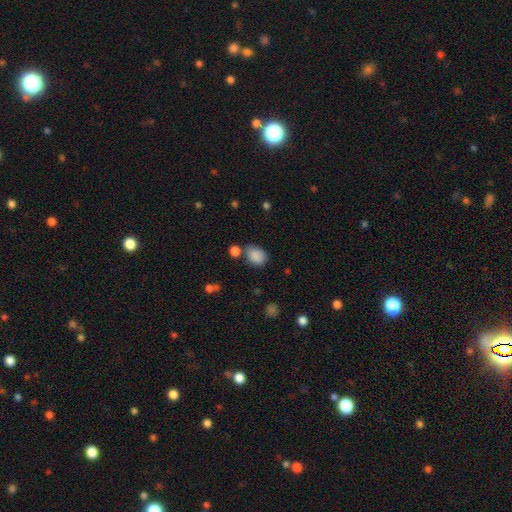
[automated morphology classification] This is clearly a smooth galaxy (86%). How rounded: likely in between (62%). Merging: likely none (67%).